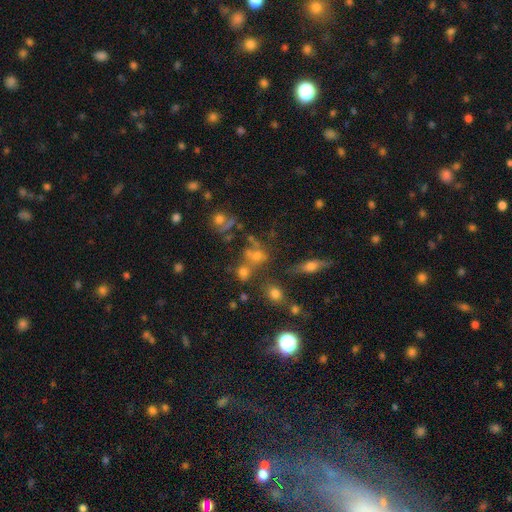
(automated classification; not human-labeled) Morphology: type=smooth (52%); roundness=round (64%); merging=none (45%).